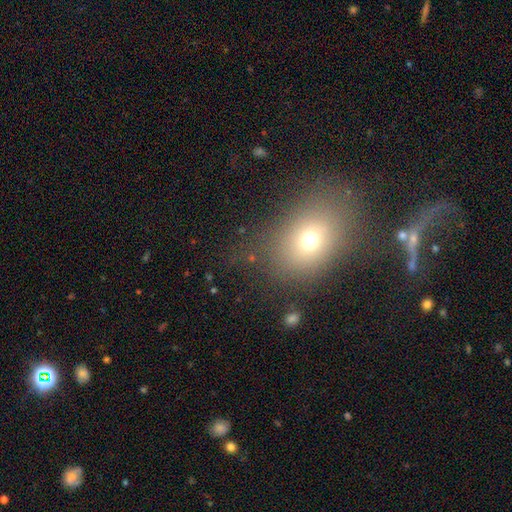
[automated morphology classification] Smooth or featured? smooth (61%)
How rounded? in between (57%)
Merging? none (68%)